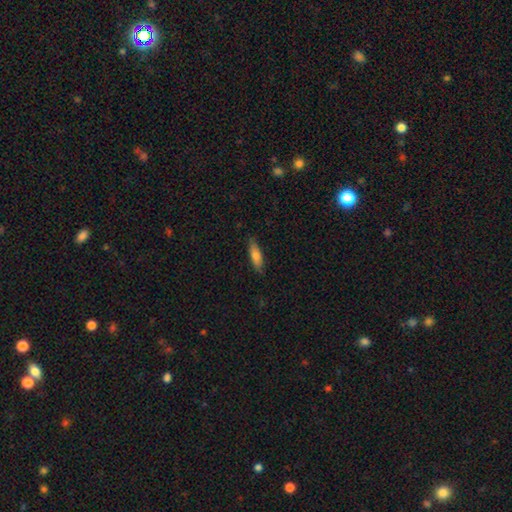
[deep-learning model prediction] Overall: smooth (73%). How rounded: cigar-shaped (55%; in between 43%). Merging: none (83%).